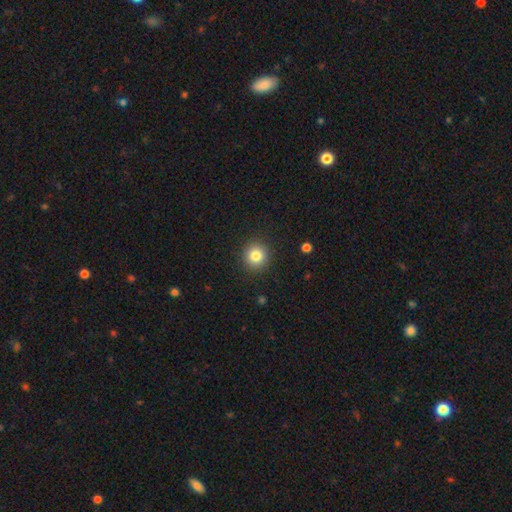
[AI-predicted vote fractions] Morphology: type=smooth (83%); roundness=round (92%); merging=none (91%).